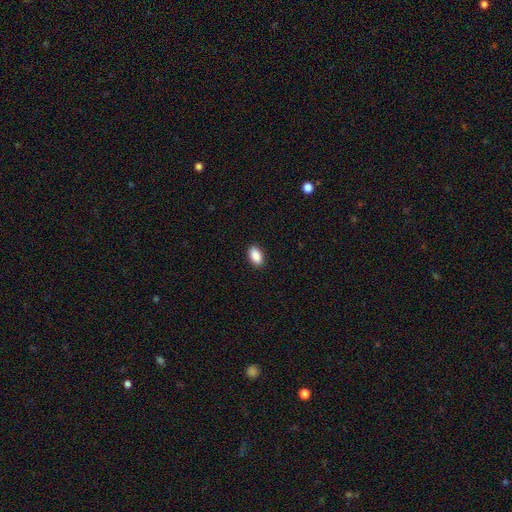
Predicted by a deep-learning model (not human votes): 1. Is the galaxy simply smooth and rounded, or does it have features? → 90% smooth, 7% star or artifact, 3% featured or disk.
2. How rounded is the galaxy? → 92% in between, 5% round, 2% cigar-shaped.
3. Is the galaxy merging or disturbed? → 90% none, 7% minor disturbance, 2% major disturbance, 1% merger.